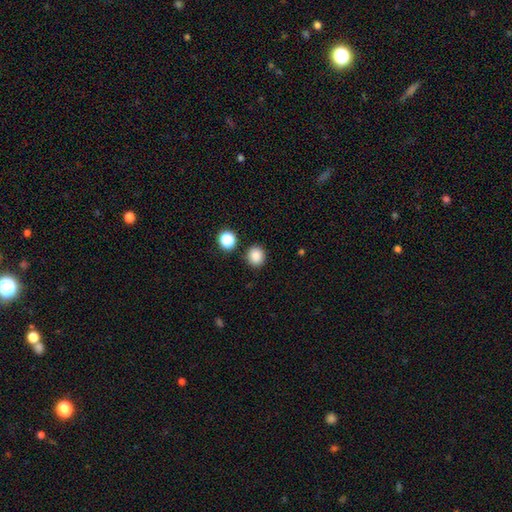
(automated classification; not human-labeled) Q: Smooth or featured?
A: smooth (85%); runner-up: star or artifact (11%)
Q: How rounded?
A: round (88%); runner-up: in between (11%)
Q: Merging?
A: none (88%); runner-up: minor disturbance (7%)